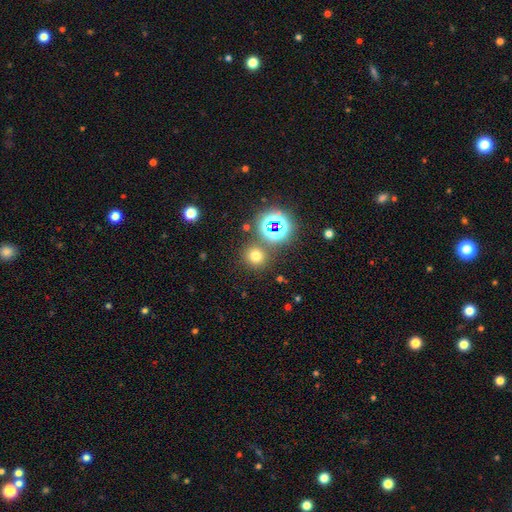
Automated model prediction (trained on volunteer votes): The model was most divided on "smooth or featured": smooth: 66%, star or artifact: 27%, featured or disk: 7%. More confident: how rounded — round (89%); merging — none (80%).